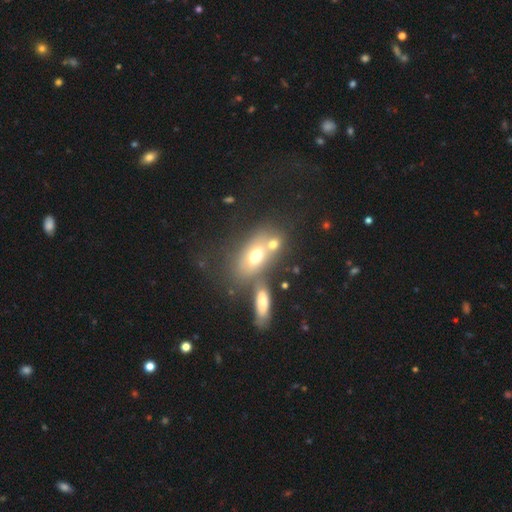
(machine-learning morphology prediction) Smooth or featured? Predicted: smooth (p=0.59). How rounded? Predicted: in between (p=0.78). Merging? Predicted: none (p=0.42).